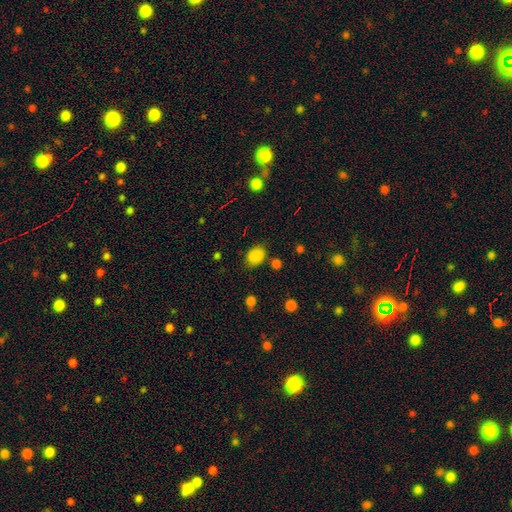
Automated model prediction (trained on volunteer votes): Q: Smooth or featured?
A: smooth (84%); runner-up: star or artifact (11%)
Q: How rounded?
A: in between (68%); runner-up: round (31%)
Q: Merging?
A: none (73%); runner-up: minor disturbance (19%)